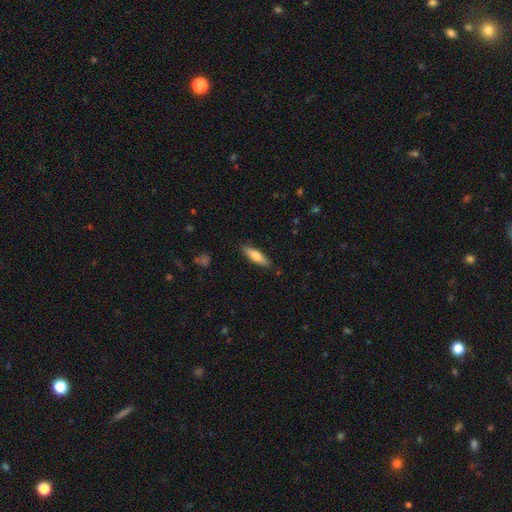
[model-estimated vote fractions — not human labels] Smooth or featured? Predicted: smooth (p=0.70). How rounded? Predicted: cigar-shaped (p=0.67). Merging? Predicted: none (p=0.86).